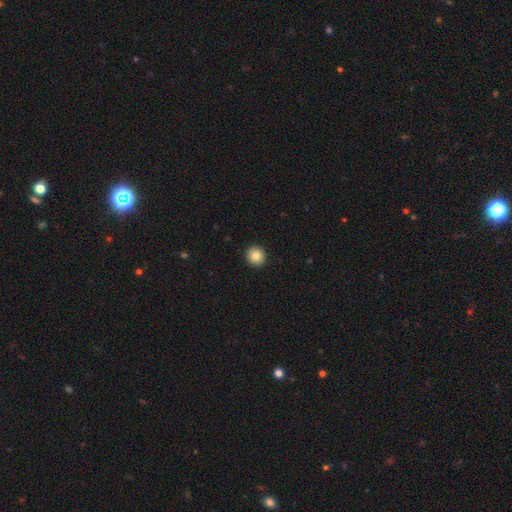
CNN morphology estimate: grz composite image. It shows a smooth galaxy with no disk features (82%) that is round (96%). Merging: none (94%).